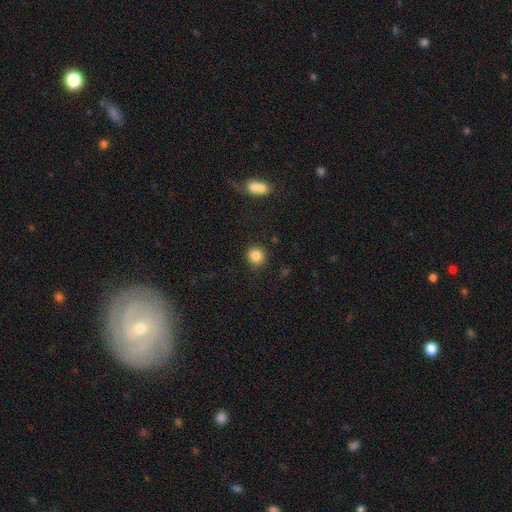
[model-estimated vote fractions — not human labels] Smooth or featured? smooth (85%)
How rounded? round (92%)
Merging? none (89%)